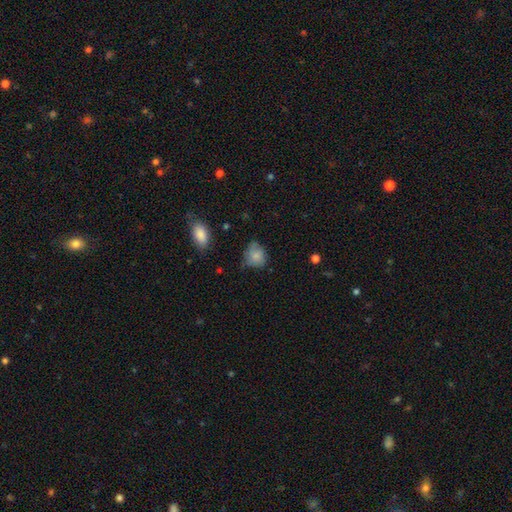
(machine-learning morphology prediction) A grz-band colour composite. It shows a smooth galaxy with no disk features (78%) that is round (59%). Merging: none (53%).